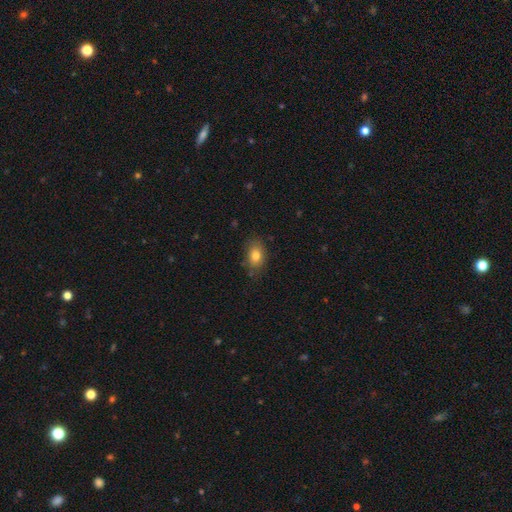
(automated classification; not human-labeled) Smooth or featured?
  - smooth: 80% *
  - featured or disk: 11%
  - star or artifact: 9%
How rounded?
  - in between: 81% *
  - round: 17%
  - cigar-shaped: 2%
Merging?
  - none: 78% *
  - minor disturbance: 17%
  - major disturbance: 4%
  - merger: 2%